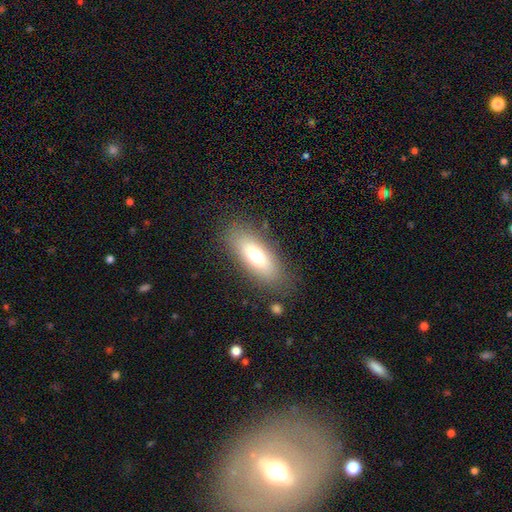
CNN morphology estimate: smooth 71%, featured or disk 21%, star or artifact 8%. Down the decision tree: how rounded — in between (71%); merging — none (83%).